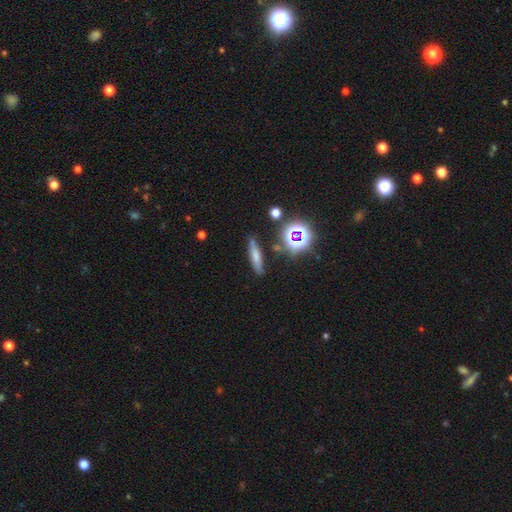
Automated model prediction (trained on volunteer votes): Q: Smooth or featured?
A: smooth (59%); runner-up: featured or disk (23%)
Q: How rounded?
A: cigar-shaped (77%); runner-up: in between (15%)
Q: Merging?
A: none (82%); runner-up: minor disturbance (11%)